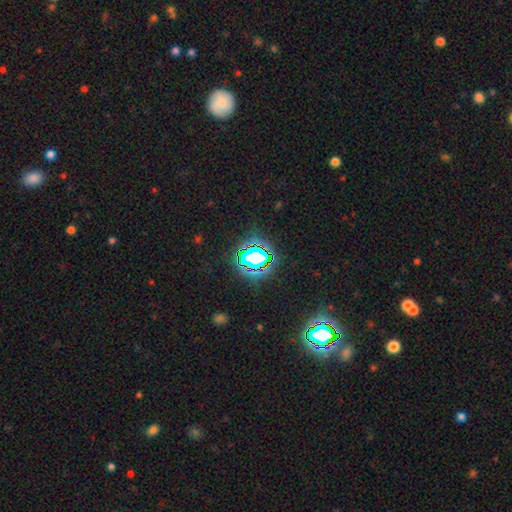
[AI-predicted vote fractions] Smooth or featured? Predicted: star or artifact (p=0.72).